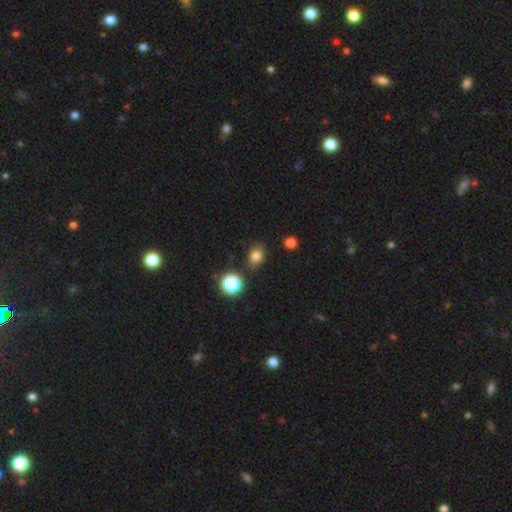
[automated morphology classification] smooth-or-featured: smooth: 79% | star or artifact: 15% | featured or disk: 6%
  how-rounded: in between: 63% | round: 36% | cigar-shaped: 1%
  merging: none: 83% | minor disturbance: 11% | merger: 3% | major disturbance: 3%